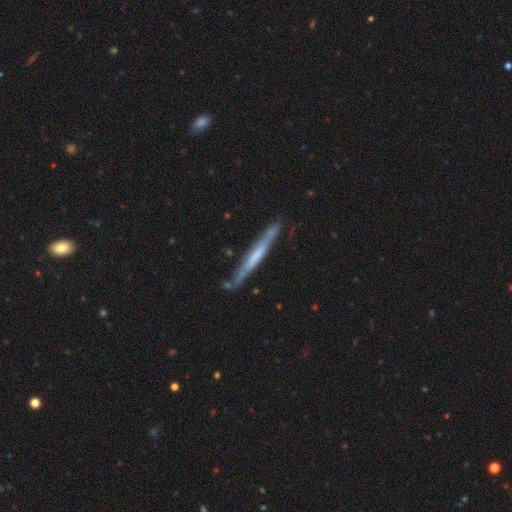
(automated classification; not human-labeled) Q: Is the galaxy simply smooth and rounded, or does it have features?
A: featured or disk — 59%.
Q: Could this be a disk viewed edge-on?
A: yes — 92%.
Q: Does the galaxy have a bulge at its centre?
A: none — 71%.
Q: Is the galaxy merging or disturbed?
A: none — 77%.